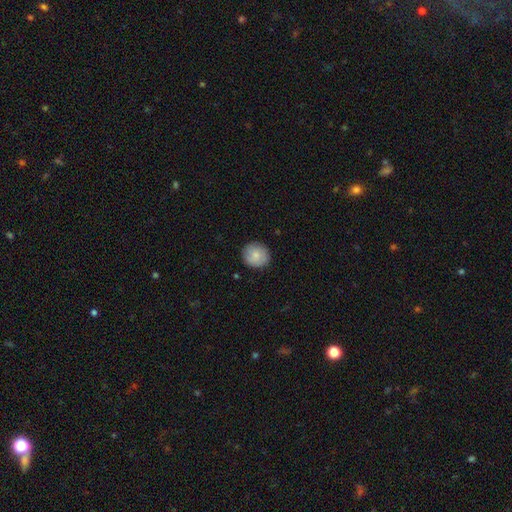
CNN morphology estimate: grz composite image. It shows a smooth galaxy with no disk features (83%) that is round (90%). Merging: none (88%).